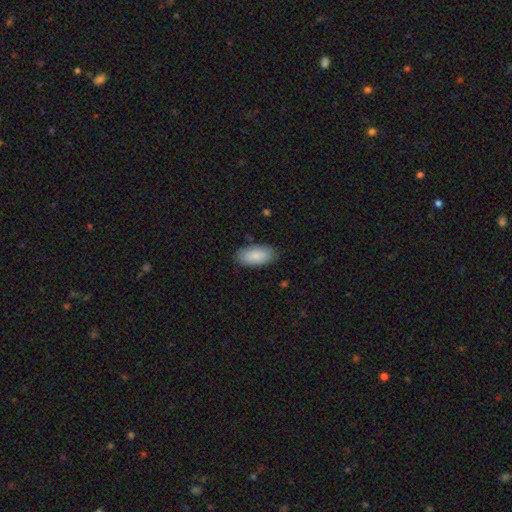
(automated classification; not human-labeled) The model was most divided on "merging": none: 84%, minor disturbance: 12%, major disturbance: 3%, merger: 1%. More confident: how rounded — in between (94%); smooth or featured — smooth (88%).